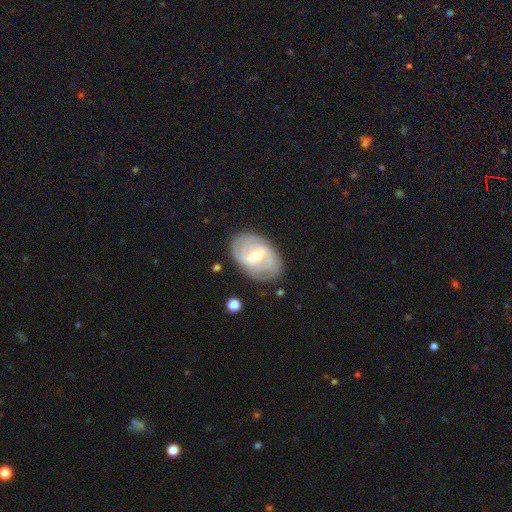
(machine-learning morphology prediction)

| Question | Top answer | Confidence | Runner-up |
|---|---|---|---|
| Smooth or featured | featured or disk | 73% | smooth (21%) |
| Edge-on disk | no | 96% | yes (4%) |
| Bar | weak | 53% | strong (31%) |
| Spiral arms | yes | 80% | no (20%) |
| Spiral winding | tight | 47% | medium (37%) |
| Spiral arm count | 2 | 51% | can't tell (30%) |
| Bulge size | moderate | 60% | small (35%) |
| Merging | none | 78% | minor disturbance (15%) |